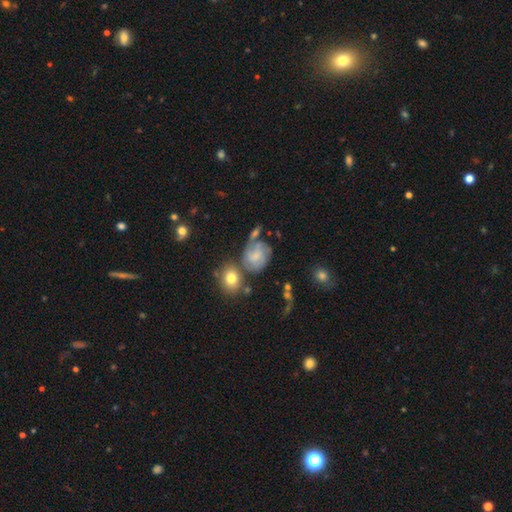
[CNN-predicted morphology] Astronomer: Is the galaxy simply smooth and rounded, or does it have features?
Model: featured or disk — 58%.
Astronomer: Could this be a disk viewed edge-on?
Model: no — 97%.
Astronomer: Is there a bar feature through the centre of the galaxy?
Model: no — 56% (runner-up: weak, 37%).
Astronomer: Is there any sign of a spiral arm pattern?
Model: yes — 84%.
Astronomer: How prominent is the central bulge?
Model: small — 47% (runner-up: none, 24%).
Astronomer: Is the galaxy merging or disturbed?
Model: none — 47%.